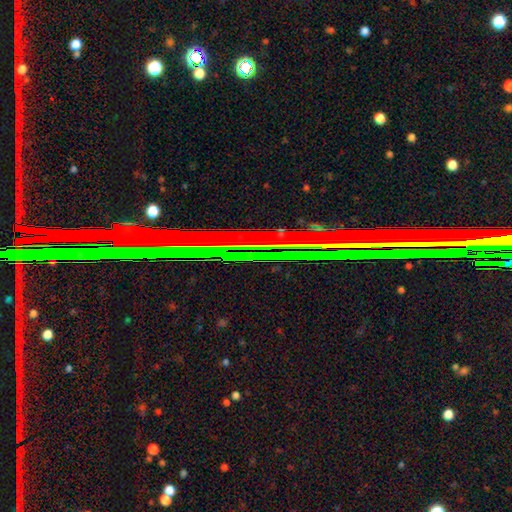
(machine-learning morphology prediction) type=star or artifact (74%).